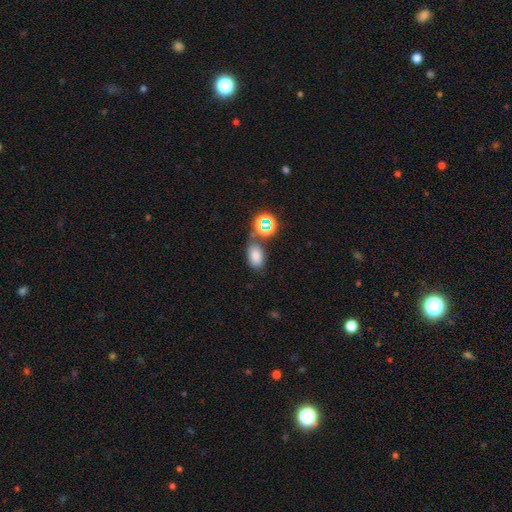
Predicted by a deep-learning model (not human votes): The model was most divided on "merging": none: 64%, minor disturbance: 16%, merger: 14%, major disturbance: 5%. More confident: how rounded — in between (84%); smooth or featured — smooth (75%).